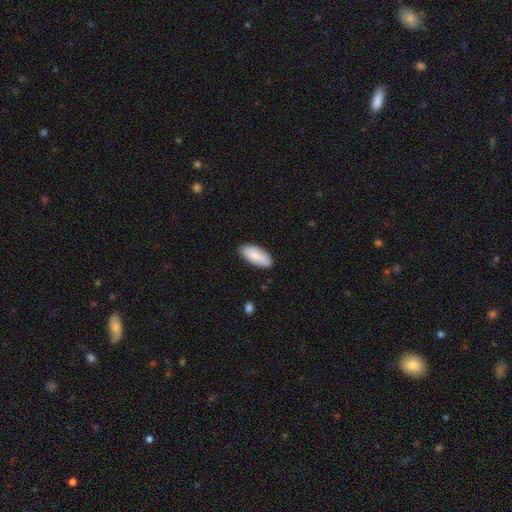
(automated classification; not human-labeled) A smooth galaxy with no disk features (87%) that is in between round and cigar-shaped (84%).

Vote fractions:
- Smooth or featured? smooth: 87% / featured or disk: 7% / star or artifact: 6%
- How rounded? in between: 84% / cigar-shaped: 14% / round: 2%
- Merging? none: 85% / minor disturbance: 12% / major disturbance: 2% / merger: 1%